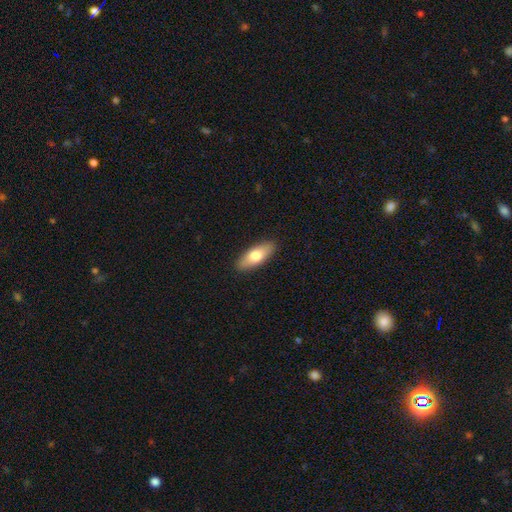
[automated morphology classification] Smooth or featured? smooth (73%)
How rounded? in between (75%)
Merging? none (90%)